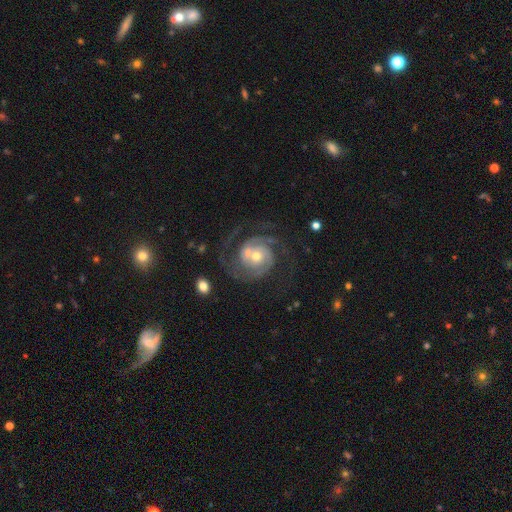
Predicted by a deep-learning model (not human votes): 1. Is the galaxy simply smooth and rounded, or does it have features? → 90% featured or disk, 5% smooth, 5% star or artifact.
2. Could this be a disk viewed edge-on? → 98% no, 2% yes.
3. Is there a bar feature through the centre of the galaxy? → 72% no, 22% weak, 6% strong.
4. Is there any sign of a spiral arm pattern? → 98% yes, 2% no.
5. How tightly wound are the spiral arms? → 48% tight, 41% medium, 11% loose.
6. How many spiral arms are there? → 75% 2, 12% 3, 5% can't tell, 3% 1, 2% 4, 2% more than 4.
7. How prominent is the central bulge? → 55% moderate, 38% small, 5% large, 1% none, 1% dominant.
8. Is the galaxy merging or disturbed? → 59% none, 15% minor disturbance, 15% major disturbance, 12% merger.